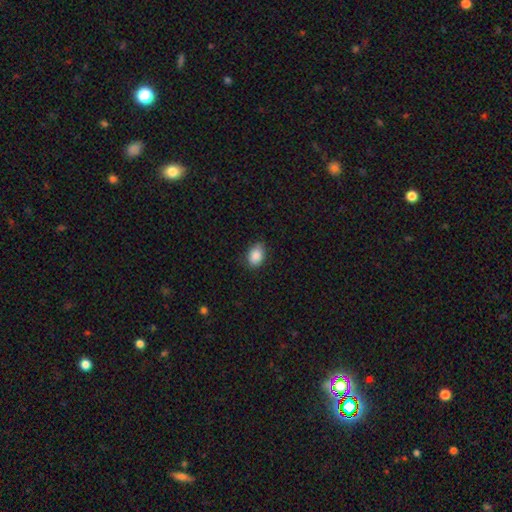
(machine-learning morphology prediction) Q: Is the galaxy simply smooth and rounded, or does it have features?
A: smooth — 88%.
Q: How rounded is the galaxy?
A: in between — 76%.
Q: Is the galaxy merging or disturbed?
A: none — 78%.